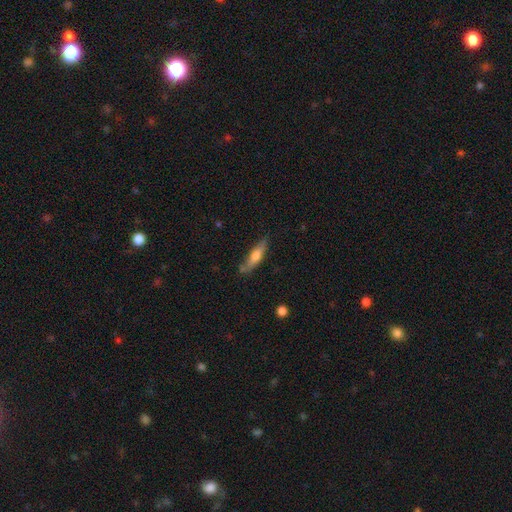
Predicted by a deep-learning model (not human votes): The model was most divided on "smooth or featured": smooth: 59%, featured or disk: 35%, star or artifact: 6%. More confident: how rounded — cigar-shaped (72%); merging — none (72%).